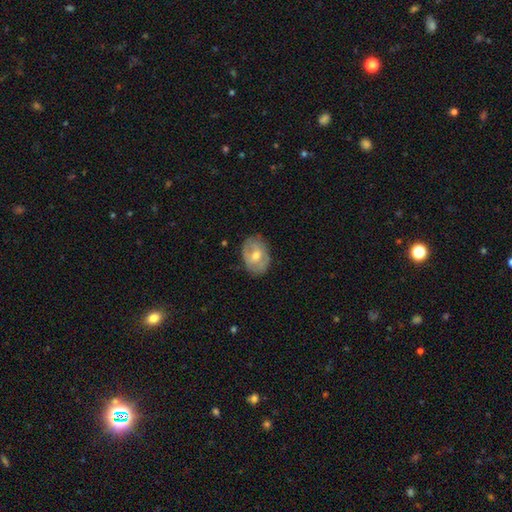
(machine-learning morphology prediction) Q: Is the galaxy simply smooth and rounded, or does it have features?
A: featured or disk — 52%.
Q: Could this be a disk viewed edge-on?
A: no — 94%.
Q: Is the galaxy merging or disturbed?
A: none — 79%.